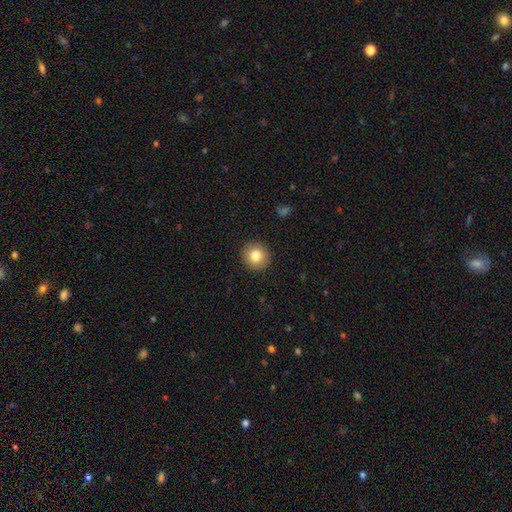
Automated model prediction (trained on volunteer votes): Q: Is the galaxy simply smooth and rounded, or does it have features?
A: smooth — 81%.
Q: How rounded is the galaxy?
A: round — 92%.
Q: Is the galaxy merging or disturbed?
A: none — 92%.